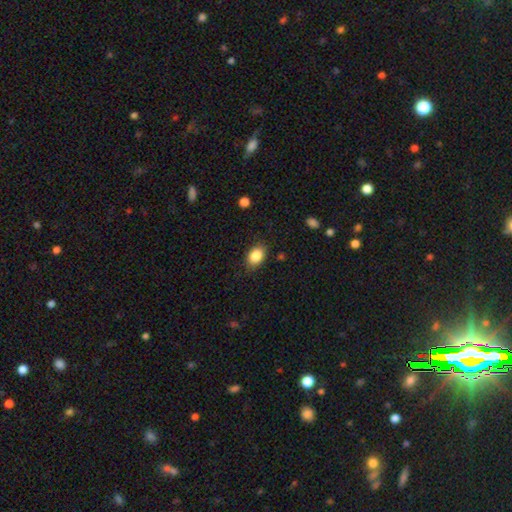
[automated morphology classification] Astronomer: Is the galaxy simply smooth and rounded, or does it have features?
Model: smooth — 86%.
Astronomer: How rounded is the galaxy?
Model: in between — 80%.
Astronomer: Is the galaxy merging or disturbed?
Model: none — 84%.